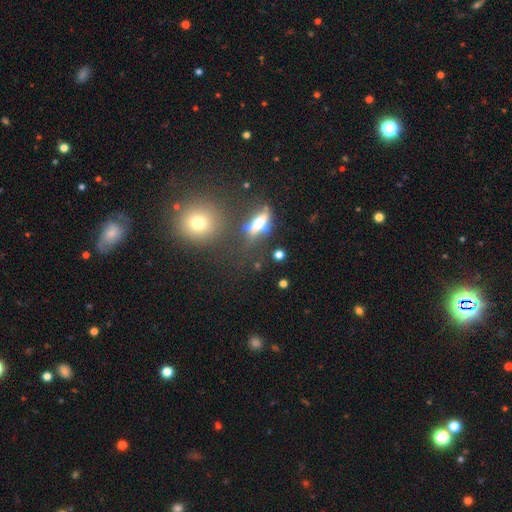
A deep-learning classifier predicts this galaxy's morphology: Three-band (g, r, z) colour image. It shows a smooth galaxy with no disk features (45%). Merging: none (58%).